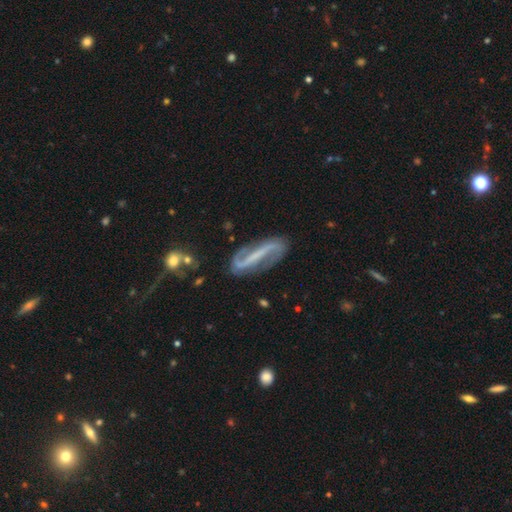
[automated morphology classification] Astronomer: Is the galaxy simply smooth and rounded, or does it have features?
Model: featured or disk — 85%.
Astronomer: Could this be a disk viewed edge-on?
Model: no — 90%.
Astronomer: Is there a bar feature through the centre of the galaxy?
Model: strong — 67%.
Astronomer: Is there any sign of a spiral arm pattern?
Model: yes — 93%.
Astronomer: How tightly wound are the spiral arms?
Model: loose — 54% (runner-up: medium, 32%).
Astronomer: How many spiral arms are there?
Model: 2 — 92%.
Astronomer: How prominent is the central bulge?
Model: none — 48% (runner-up: small, 37%).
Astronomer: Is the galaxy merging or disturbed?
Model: none — 76%.